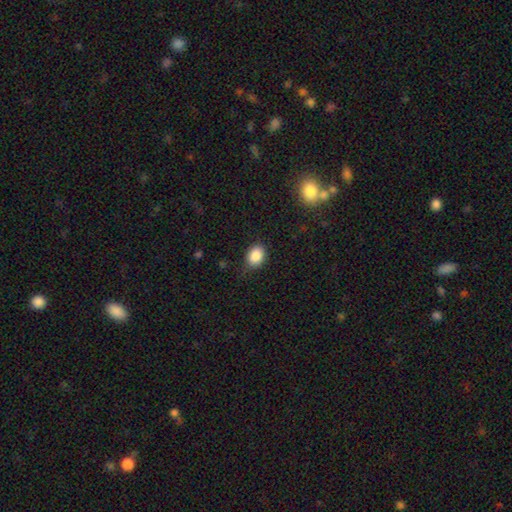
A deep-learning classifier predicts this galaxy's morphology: Smooth or featured? Predicted: smooth (p=0.87). How rounded? Predicted: in between (p=0.61). Merging? Predicted: none (p=0.75).